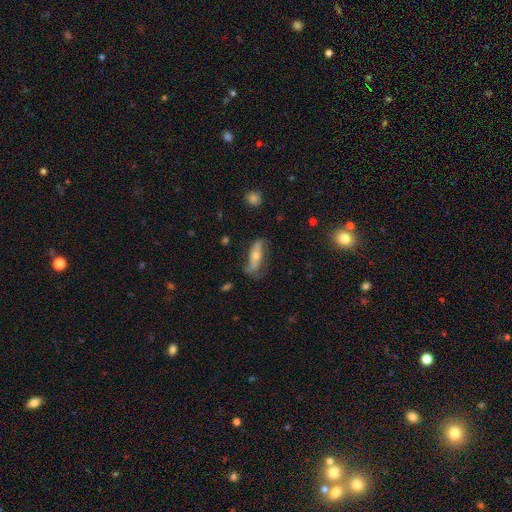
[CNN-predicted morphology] A featured or disk galaxy (48%).

Vote fractions:
- Smooth or featured? featured or disk: 48% / smooth: 45% / star or artifact: 7%
- Merging? none: 57% / minor disturbance: 28% / major disturbance: 13% / merger: 3%